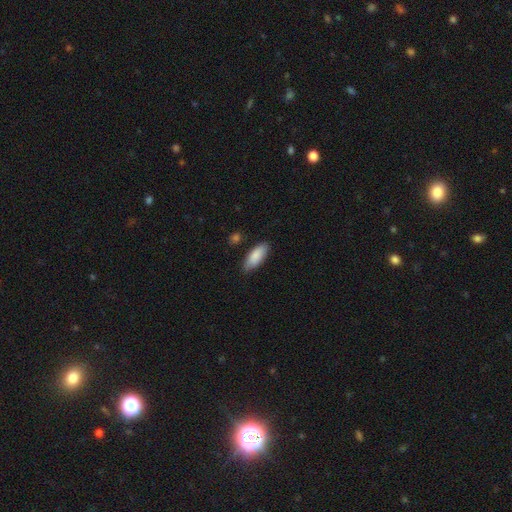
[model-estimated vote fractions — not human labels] Smooth or featured: smooth — 86% (featured or disk — 8%)
How rounded: in between — 80% (cigar-shaped — 19%)
Merging: none — 81% (minor disturbance — 14%)